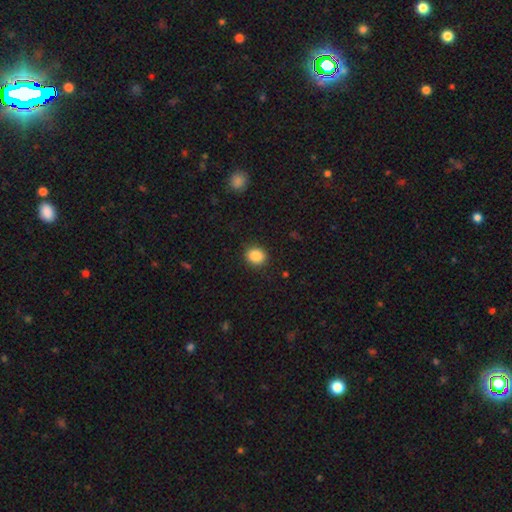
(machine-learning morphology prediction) smooth-or-featured: smooth: 88% | star or artifact: 9% | featured or disk: 3%
  how-rounded: round: 70% | in between: 29% | cigar-shaped: 1%
  merging: none: 89% | minor disturbance: 8% | major disturbance: 2% | merger: 1%